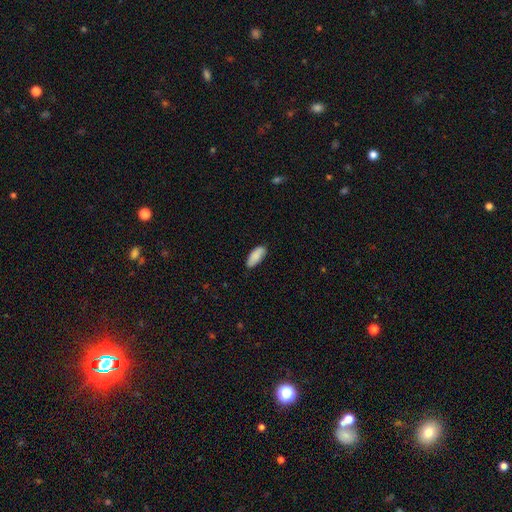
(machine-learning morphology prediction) The model was most divided on "merging": none: 83%, minor disturbance: 14%, major disturbance: 2%, merger: 1%. More confident: smooth or featured — smooth (88%); how rounded — in between (84%).